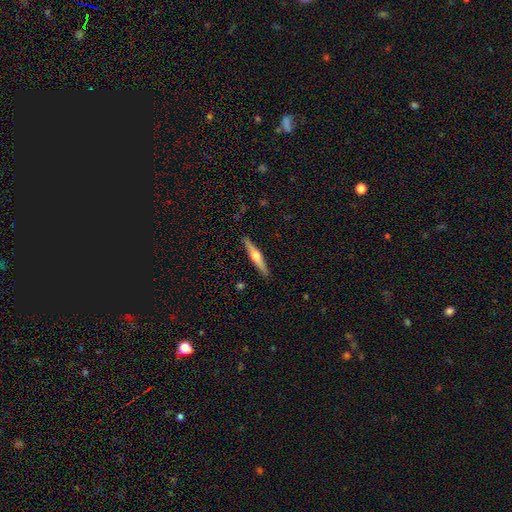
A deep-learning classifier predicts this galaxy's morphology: smooth_or_featured: featured or disk (p=0.64) [alt: smooth p=0.31]
disk_edge_on: yes (p=0.98) [alt: no p=0.02]
edge_on_bulge: rounded (p=0.92) [alt: boxy p=0.04]
merging: none (p=0.91) [alt: minor disturbance p=0.07]